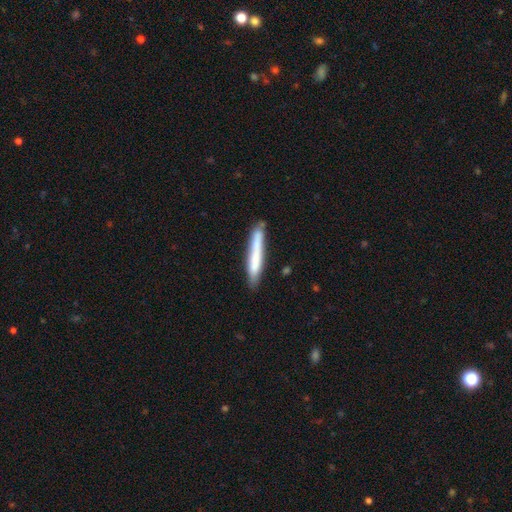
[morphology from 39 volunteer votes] A smooth galaxy with no disk features (77%) that is cigar-shaped (97%).

Vote fractions:
- Smooth or featured? smooth: 77% / featured or disk: 21% / star or artifact: 3%
- How rounded? cigar-shaped: 97% / in between: 3% / round: 0%
- Merging? none: 68% / minor disturbance: 18% / merger: 8% / major disturbance: 5%